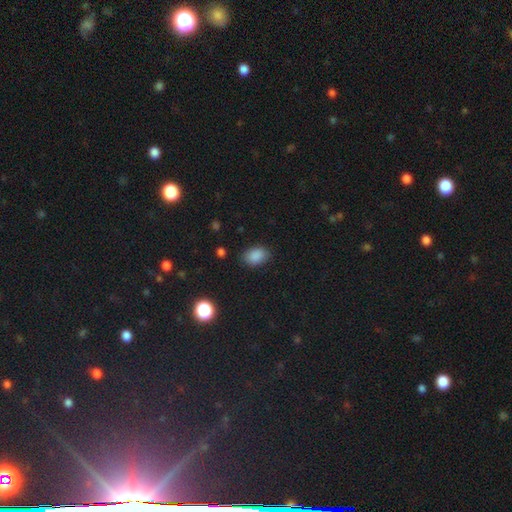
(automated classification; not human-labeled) Smooth or featured?
  - smooth: 87% *
  - star or artifact: 9%
  - featured or disk: 4%
How rounded?
  - in between: 83% *
  - round: 16%
  - cigar-shaped: 1%
Merging?
  - none: 83% *
  - minor disturbance: 12%
  - major disturbance: 3%
  - merger: 1%